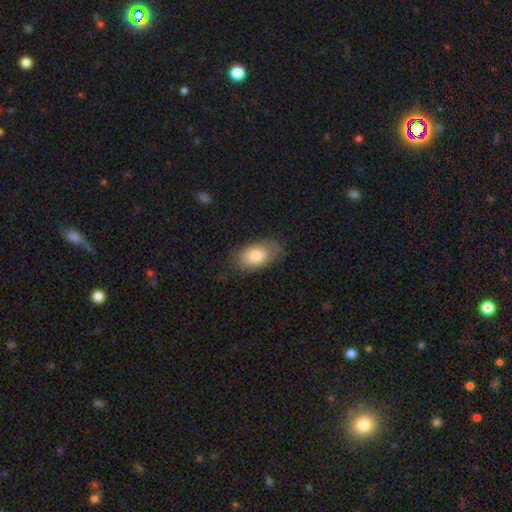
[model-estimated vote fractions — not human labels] Q: Smooth or featured?
A: smooth (80%); runner-up: featured or disk (13%)
Q: How rounded?
A: in between (91%); runner-up: round (7%)
Q: Merging?
A: none (71%); runner-up: minor disturbance (21%)